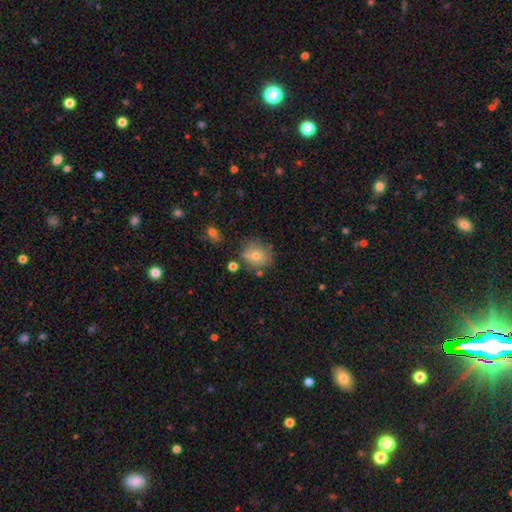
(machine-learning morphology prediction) Q: Smooth or featured?
A: smooth (68%); runner-up: featured or disk (16%)
Q: How rounded?
A: round (73%); runner-up: in between (26%)
Q: Merging?
A: none (76%); runner-up: minor disturbance (14%)